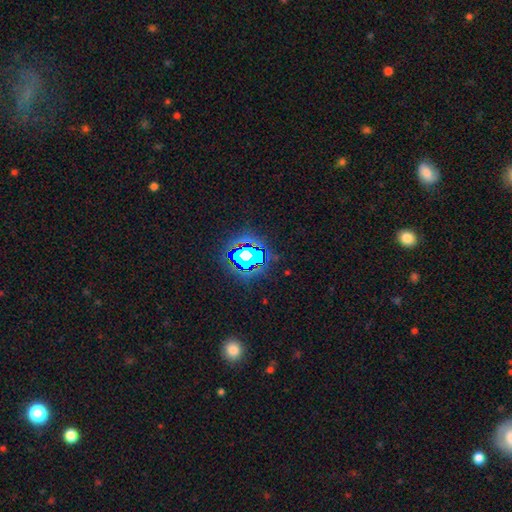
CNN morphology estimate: Smooth or featured: star or artifact — 80% (smooth — 12%)